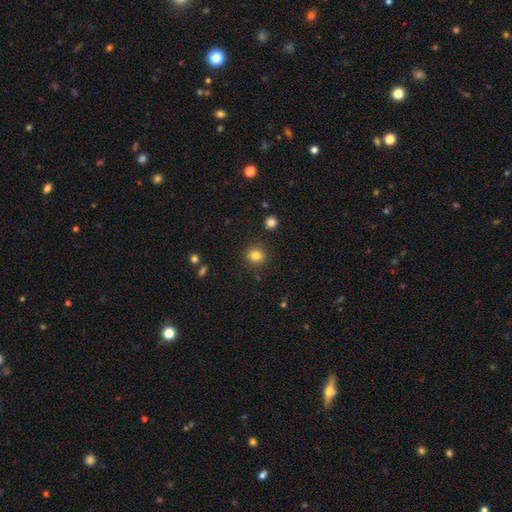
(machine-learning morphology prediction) type=smooth (83%); roundness=round (82%); merging=none (86%).